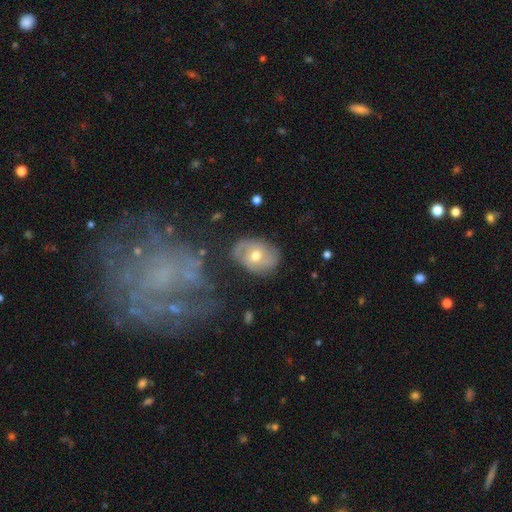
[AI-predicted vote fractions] This is possibly a featured or disk galaxy (55%). It is clearly not viewed edge-on (94%). Bar: likely no (68%). Spiral arm pattern: likely yes (64%). Central bulge: likely moderate (76%). Merging: likely none (70%).